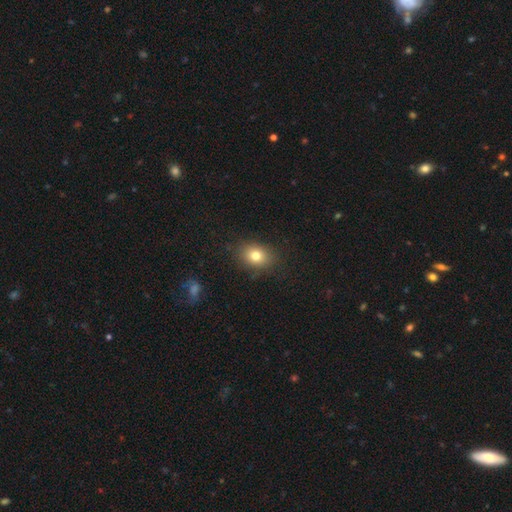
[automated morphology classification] type=smooth (78%); roundness=in between (57%); merging=none (85%).